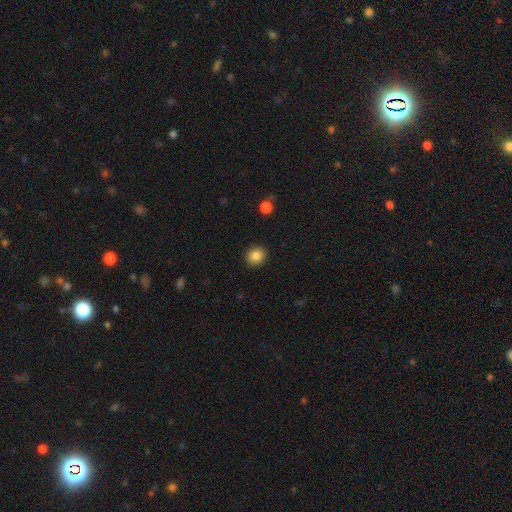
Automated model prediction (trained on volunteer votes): Q: Smooth or featured?
A: smooth (86%); runner-up: star or artifact (10%)
Q: How rounded?
A: round (80%); runner-up: in between (19%)
Q: Merging?
A: none (91%); runner-up: minor disturbance (6%)